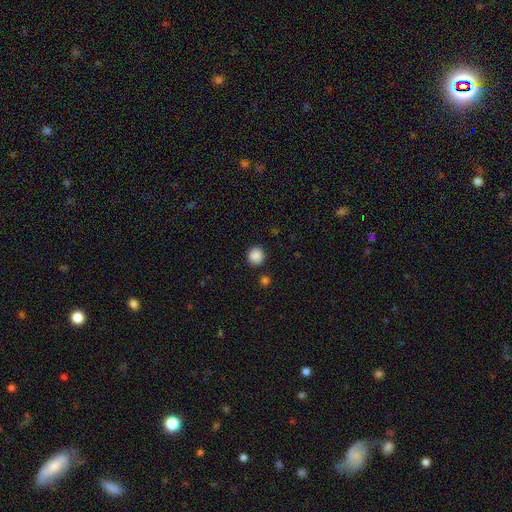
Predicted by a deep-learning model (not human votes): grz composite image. It shows a smooth galaxy with no disk features (88%) that is round (92%). Merging: none (88%).